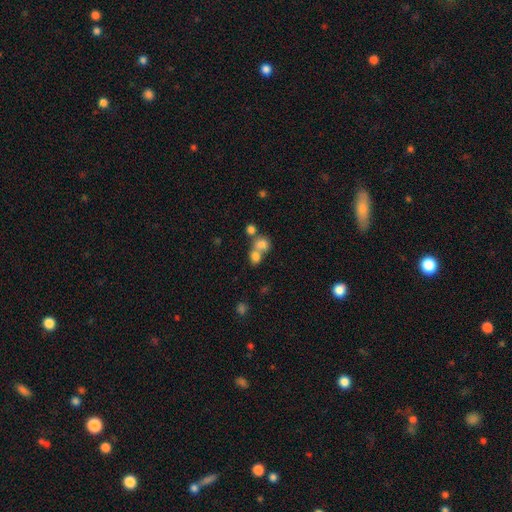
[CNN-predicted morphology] Smooth or featured?
  - smooth: 75% *
  - star or artifact: 13%
  - featured or disk: 12%
How rounded?
  - round: 66% *
  - in between: 33%
  - cigar-shaped: 1%
Merging?
  - merger: 58% *
  - none: 32%
  - minor disturbance: 6%
  - major disturbance: 4%